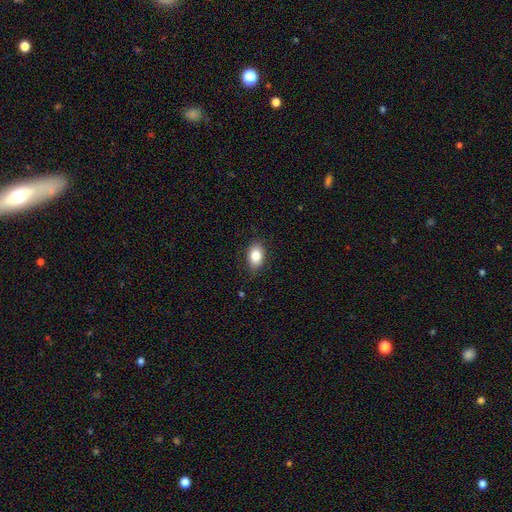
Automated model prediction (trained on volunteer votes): The model was most divided on "merging": none: 85%, minor disturbance: 12%, major disturbance: 3%, merger: 1%. More confident: how rounded — in between (86%); smooth or featured — smooth (84%).